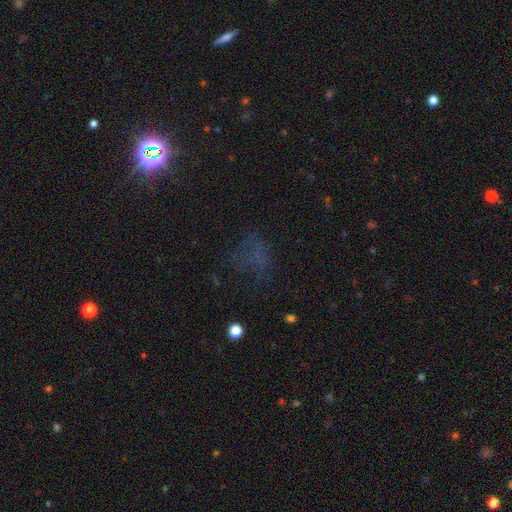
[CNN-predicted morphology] star or artifact 46%, smooth 34%, featured or disk 20%.